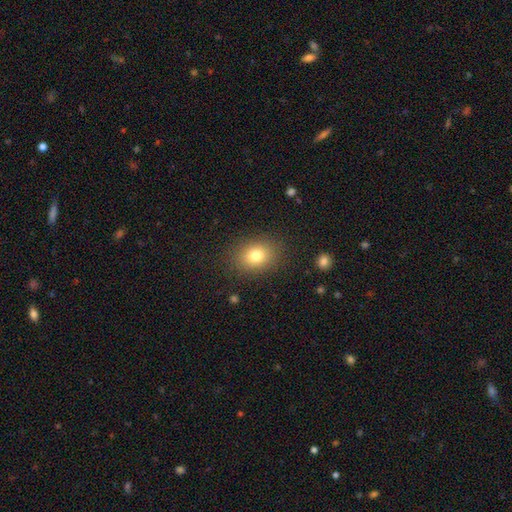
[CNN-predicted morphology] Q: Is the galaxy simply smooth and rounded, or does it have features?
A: smooth — 79%.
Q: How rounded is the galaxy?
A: in between — 61%.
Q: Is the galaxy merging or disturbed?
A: none — 86%.